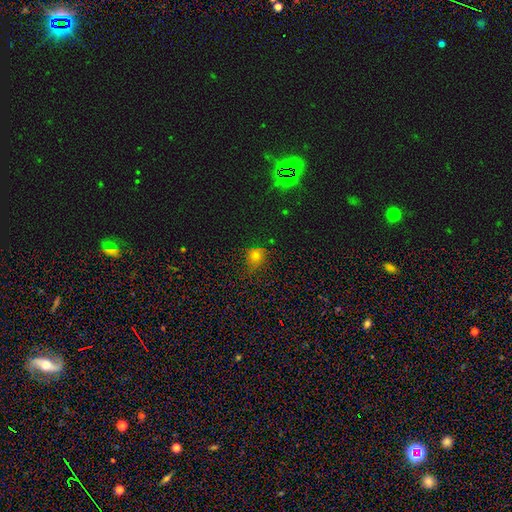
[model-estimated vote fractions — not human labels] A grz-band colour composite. It shows a smooth galaxy with no disk features (67%) that is round (77%). Merging: none (67%).